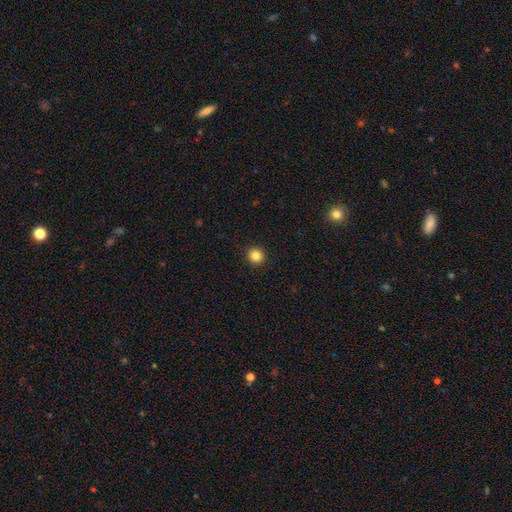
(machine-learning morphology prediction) smooth 85%, star or artifact 11%, featured or disk 4%. Down the decision tree: how rounded — round (93%); merging — none (93%).